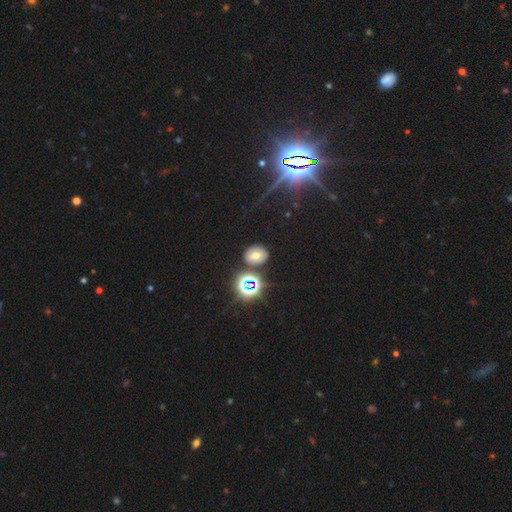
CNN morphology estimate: Smooth or featured? smooth (54%)
How rounded? round (53%)
Merging? none (80%)